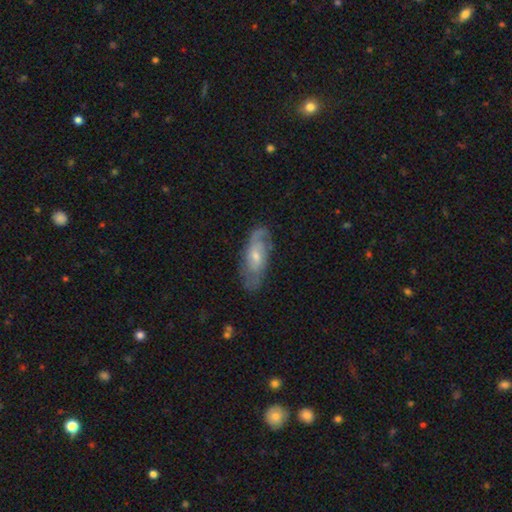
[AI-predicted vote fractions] Q: Smooth or featured?
A: featured or disk (73%); runner-up: smooth (22%)
Q: Edge-on disk?
A: no (89%); runner-up: yes (11%)
Q: Bar?
A: no (56%); runner-up: weak (38%)
Q: Spiral arms?
A: yes (89%); runner-up: no (11%)
Q: Spiral winding?
A: medium (44%); runner-up: tight (37%)
Q: Spiral arm count?
A: 2 (58%); runner-up: can't tell (25%)
Q: Bulge size?
A: small (53%); runner-up: moderate (41%)
Q: Merging?
A: none (72%); runner-up: minor disturbance (19%)